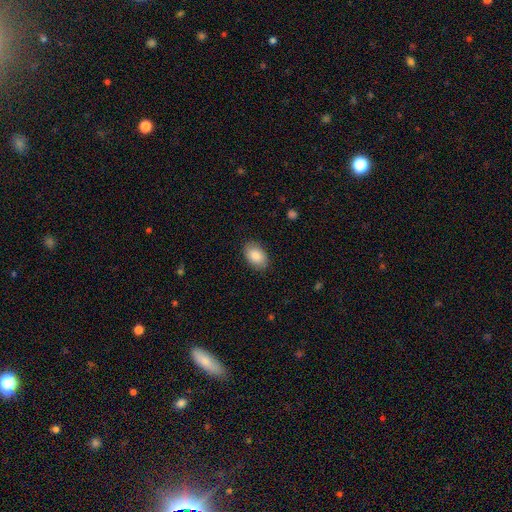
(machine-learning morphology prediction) smooth_or_featured: smooth (p=0.87) [alt: featured or disk p=0.07]
how_rounded: in between (p=0.88) [alt: round p=0.11]
merging: none (p=0.87) [alt: minor disturbance p=0.10]